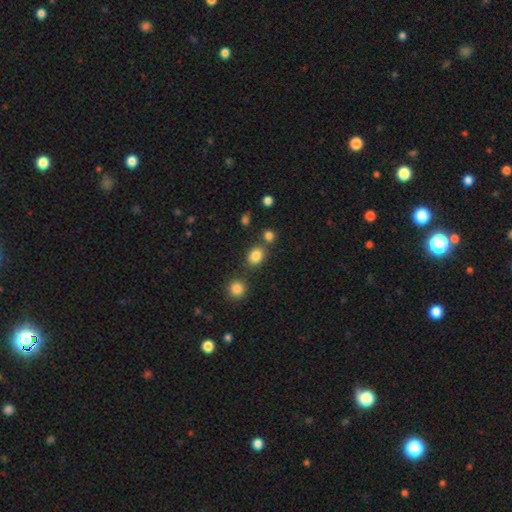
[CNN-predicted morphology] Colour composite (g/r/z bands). It shows a smooth galaxy with no disk features (84%) that is round (50%). Merging: none (72%).